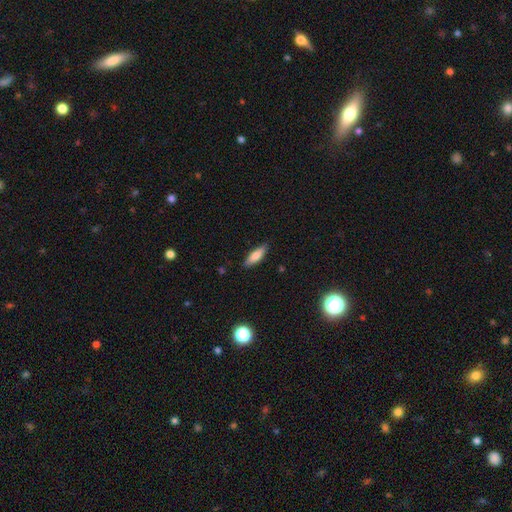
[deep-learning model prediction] Smooth or featured? Predicted: smooth (p=0.76). How rounded? Predicted: cigar-shaped (p=0.52). Merging? Predicted: none (p=0.85).